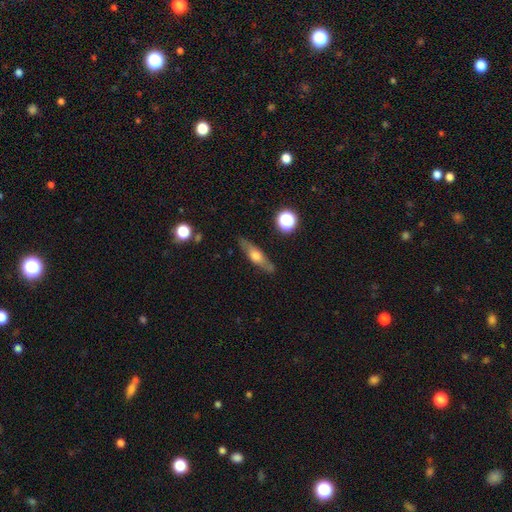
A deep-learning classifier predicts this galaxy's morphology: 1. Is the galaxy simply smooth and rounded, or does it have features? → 51% featured or disk, 41% smooth, 7% star or artifact.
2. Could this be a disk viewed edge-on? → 83% yes, 17% no.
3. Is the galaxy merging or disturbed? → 84% none, 12% minor disturbance, 3% major disturbance, 2% merger.